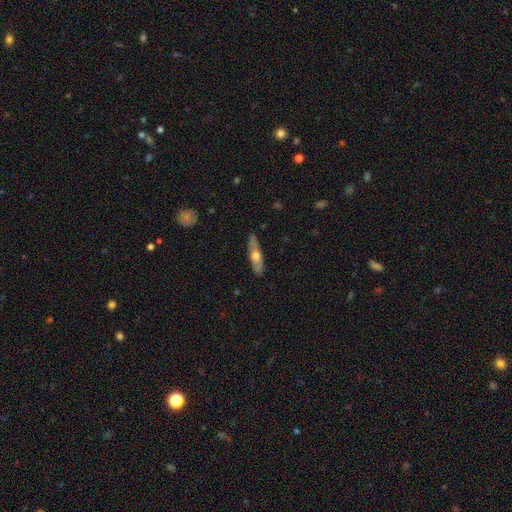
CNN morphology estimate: type=featured or disk (49%); merging=none (84%).